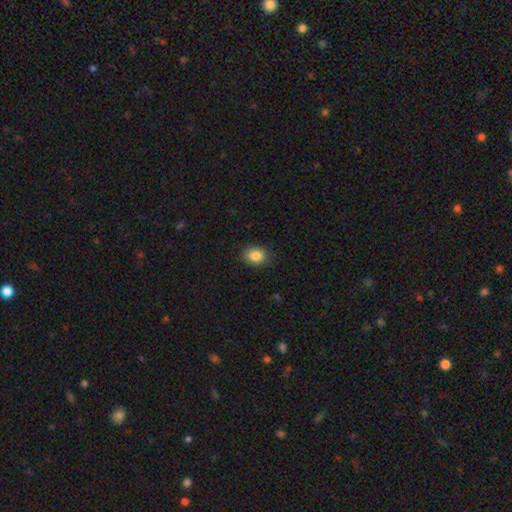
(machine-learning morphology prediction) A smooth galaxy with no disk features (86%) that is in between round and cigar-shaped (64%).

Vote fractions:
- Smooth or featured? smooth: 86% / star or artifact: 9% / featured or disk: 5%
- How rounded? in between: 64% / round: 35% / cigar-shaped: 1%
- Merging? none: 87% / minor disturbance: 10% / major disturbance: 2% / merger: 1%